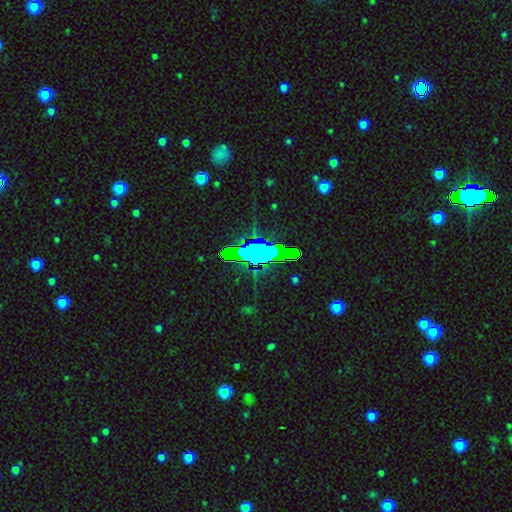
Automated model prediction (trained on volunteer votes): Overall: star or artifact (73%).